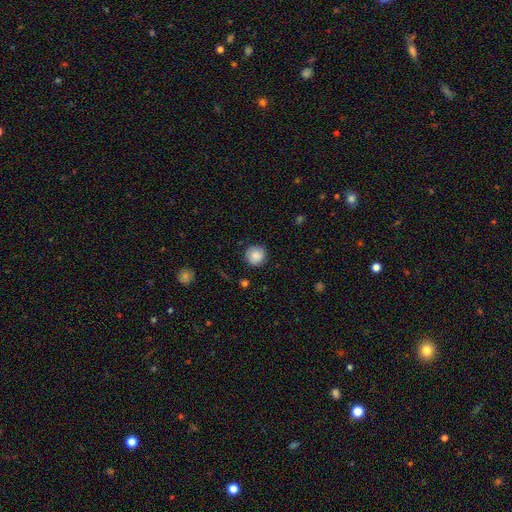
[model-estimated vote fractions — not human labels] Smooth or featured?
  - smooth: 85% *
  - star or artifact: 8%
  - featured or disk: 7%
How rounded?
  - round: 93% *
  - in between: 6%
  - cigar-shaped: 1%
Merging?
  - none: 85% *
  - minor disturbance: 11%
  - major disturbance: 3%
  - merger: 1%